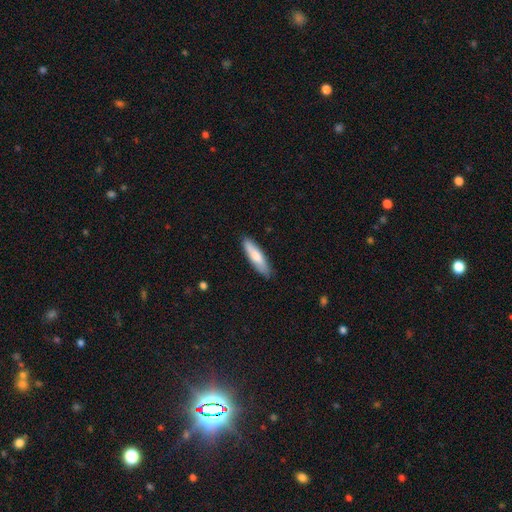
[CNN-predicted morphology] Smooth or featured? Predicted: smooth (p=0.74). How rounded? Predicted: cigar-shaped (p=0.68). Merging? Predicted: none (p=0.85).